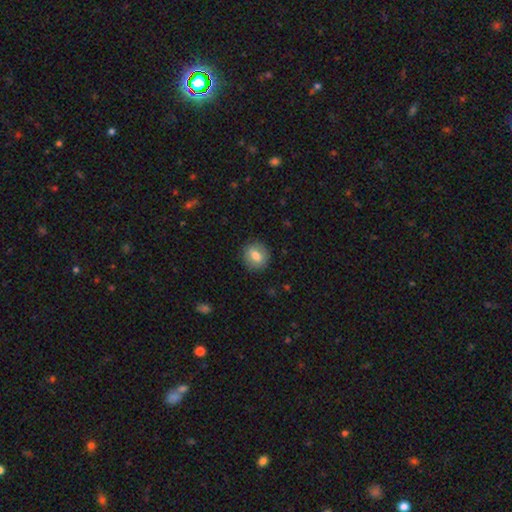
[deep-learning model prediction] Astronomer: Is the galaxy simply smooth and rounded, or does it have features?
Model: smooth — 77%.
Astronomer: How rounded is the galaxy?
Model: round — 75%.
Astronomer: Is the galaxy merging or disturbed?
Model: none — 88%.